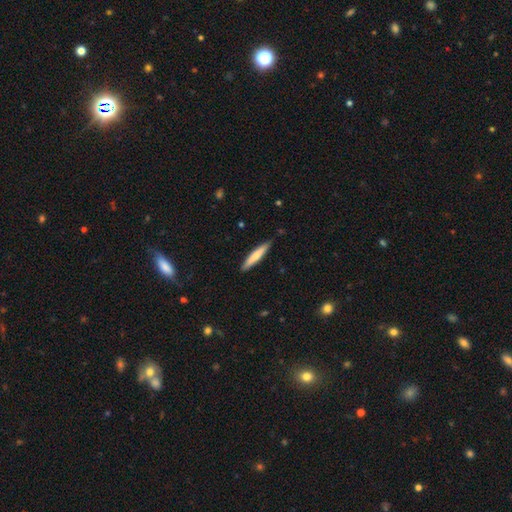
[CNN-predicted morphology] Smooth or featured? Predicted: smooth (p=0.67). How rounded? Predicted: cigar-shaped (p=0.91). Merging? Predicted: none (p=0.87).